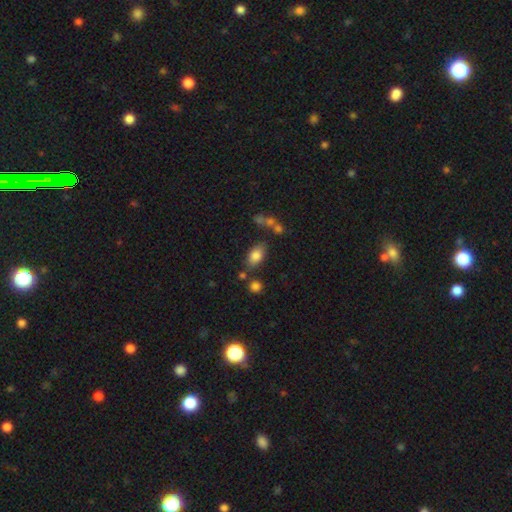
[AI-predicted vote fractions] smooth_or_featured: smooth (p=0.81) [alt: featured or disk p=0.10]
how_rounded: in between (p=0.89) [alt: round p=0.08]
merging: none (p=0.72) [alt: minor disturbance p=0.14]